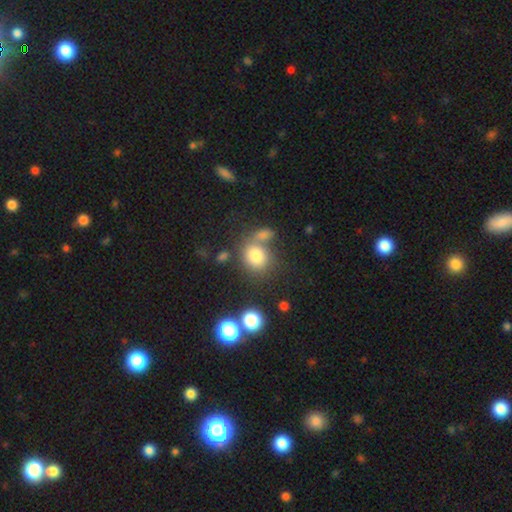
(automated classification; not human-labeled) A smooth galaxy with no disk features (78%) that is round (66%). Merging: none (51%).